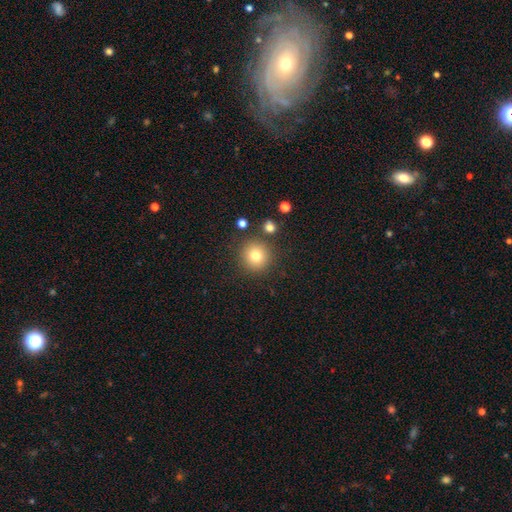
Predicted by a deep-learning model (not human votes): The model was most divided on "smooth or featured": smooth: 78%, star or artifact: 12%, featured or disk: 9%. More confident: how rounded — round (94%); merging — none (86%).